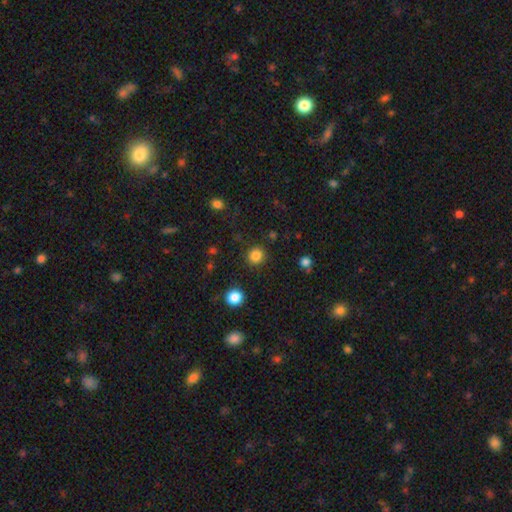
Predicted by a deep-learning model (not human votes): smooth_or_featured: smooth (p=0.84) [alt: star or artifact p=0.12]
how_rounded: round (p=0.89) [alt: in between p=0.10]
merging: none (p=0.89) [alt: minor disturbance p=0.07]